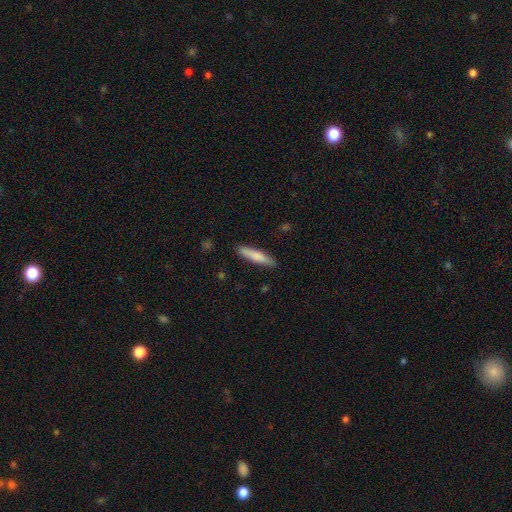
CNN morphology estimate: Overall: smooth (79%). How rounded: cigar-shaped (84%). Merging: none (88%).